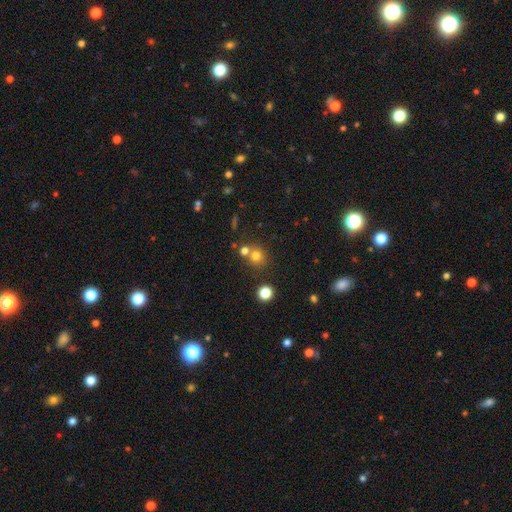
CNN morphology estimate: smooth_or_featured: smooth (p=0.75) [alt: star or artifact p=0.16]
how_rounded: round (p=0.86) [alt: in between p=0.13]
merging: none (p=0.63) [alt: merger p=0.26]